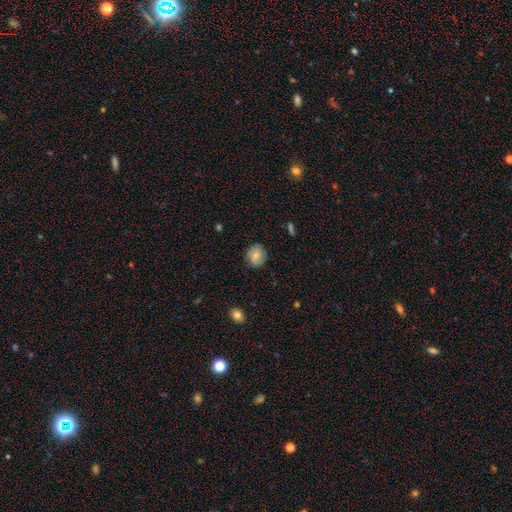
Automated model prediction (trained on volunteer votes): smooth_or_featured: smooth (p=0.70) [alt: featured or disk p=0.21]
how_rounded: round (p=0.68) [alt: in between p=0.31]
merging: none (p=0.82) [alt: minor disturbance p=0.14]